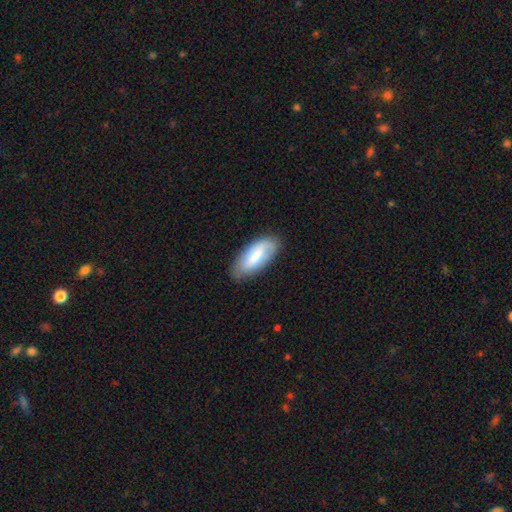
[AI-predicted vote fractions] Smooth or featured?
  - smooth: 70% *
  - featured or disk: 24%
  - star or artifact: 6%
How rounded?
  - in between: 85% *
  - cigar-shaped: 13%
  - round: 2%
Merging?
  - none: 82% *
  - minor disturbance: 14%
  - major disturbance: 3%
  - merger: 1%